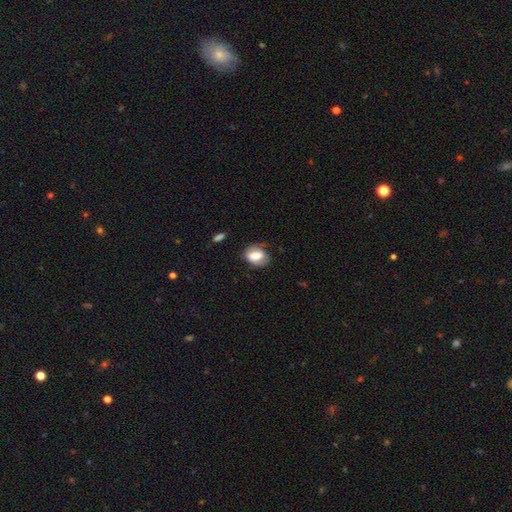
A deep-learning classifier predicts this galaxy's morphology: Overall: smooth (67%). How rounded: in between (72%). Merging: none (64%; minor disturbance 25%).